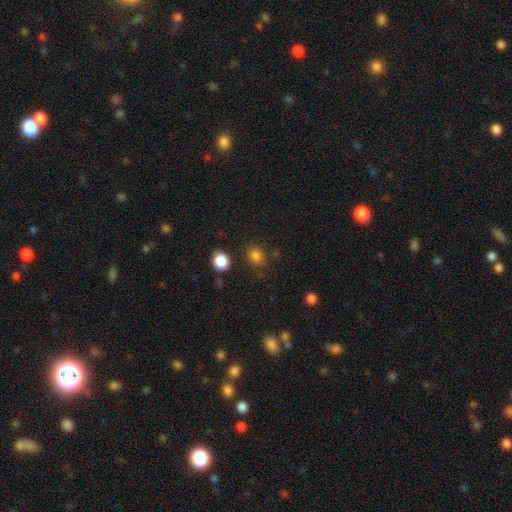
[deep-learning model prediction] This is clearly a smooth galaxy (82%). How rounded: likely round (75%). Merging: likely none (79%).